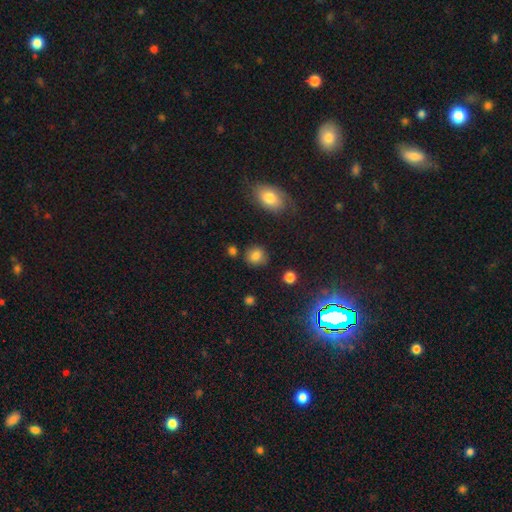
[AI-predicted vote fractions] Smooth or featured? Predicted: smooth (p=0.84). How rounded? Predicted: round (p=0.80). Merging? Predicted: none (p=0.83).